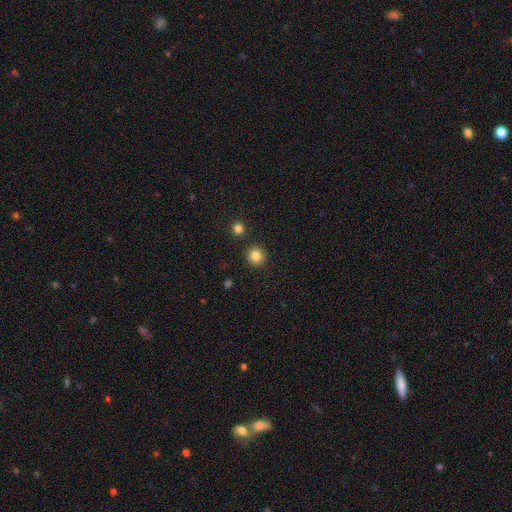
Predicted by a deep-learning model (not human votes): A smooth galaxy with no disk features (84%) that is round (93%). Merging: none (89%).